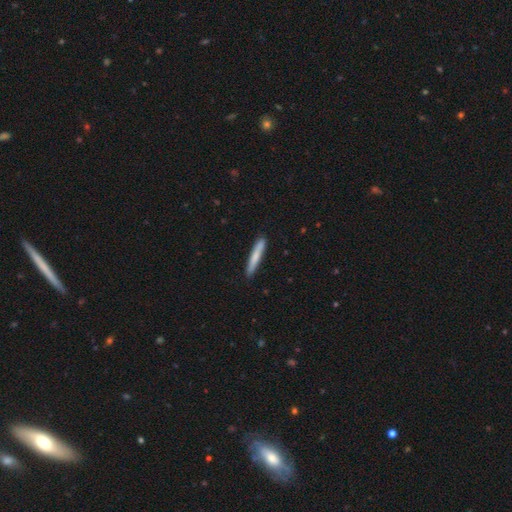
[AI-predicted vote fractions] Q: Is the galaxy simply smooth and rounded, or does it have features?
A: smooth — 73%.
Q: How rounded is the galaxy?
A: cigar-shaped — 95%.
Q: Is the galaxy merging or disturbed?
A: none — 89%.